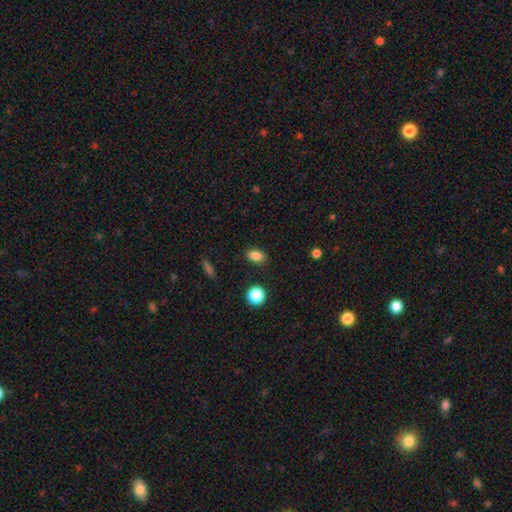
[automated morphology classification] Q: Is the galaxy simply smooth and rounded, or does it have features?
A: smooth — 84%.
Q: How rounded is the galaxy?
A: in between — 80%.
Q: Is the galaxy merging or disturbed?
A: none — 87%.